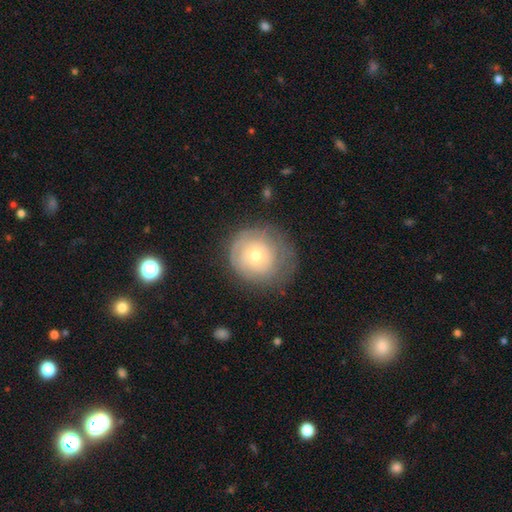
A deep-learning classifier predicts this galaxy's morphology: Smooth or featured: smooth — 48% (featured or disk — 44%)
Merging: none — 61% (minor disturbance — 23%)